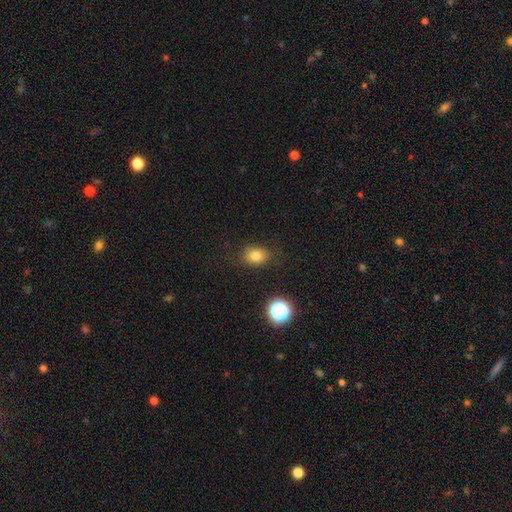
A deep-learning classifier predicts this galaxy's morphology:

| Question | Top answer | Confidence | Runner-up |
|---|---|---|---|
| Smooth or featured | smooth | 79% | star or artifact (14%) |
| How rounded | in between | 53% | round (46%) |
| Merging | none | 80% | minor disturbance (14%) |